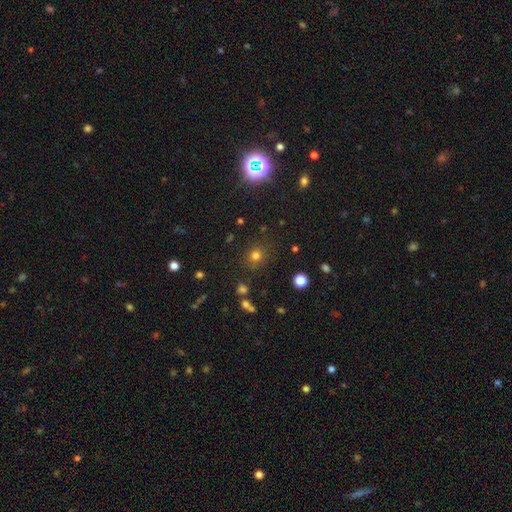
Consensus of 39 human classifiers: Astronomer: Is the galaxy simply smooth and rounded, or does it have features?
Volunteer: smooth — 77%.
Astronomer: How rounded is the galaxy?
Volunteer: round — 93%.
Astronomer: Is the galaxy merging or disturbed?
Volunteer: none — 80%.